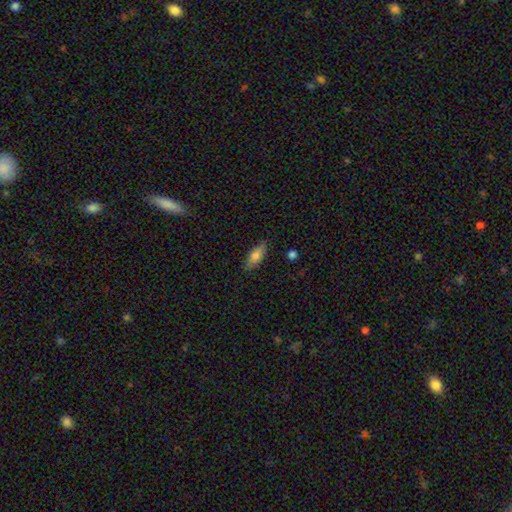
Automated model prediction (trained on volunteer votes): smooth_or_featured: smooth (p=0.76) [alt: featured or disk p=0.17]
how_rounded: in between (p=0.76) [alt: cigar-shaped p=0.21]
merging: none (p=0.83) [alt: minor disturbance p=0.13]